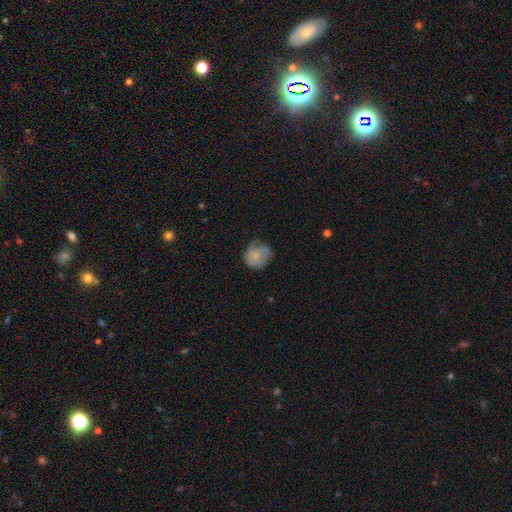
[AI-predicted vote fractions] Smooth or featured? Predicted: smooth (p=0.63). How rounded? Predicted: round (p=0.78). Merging? Predicted: none (p=0.54).